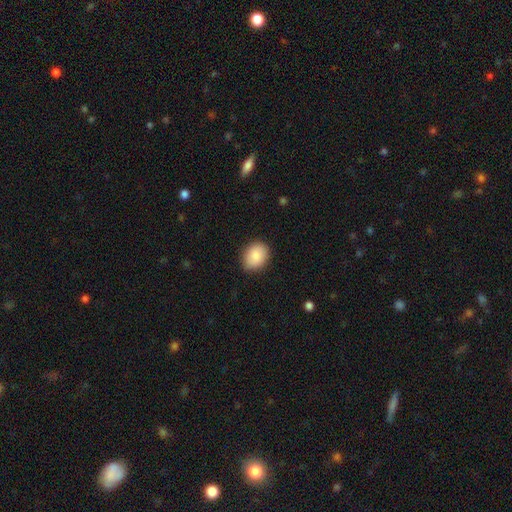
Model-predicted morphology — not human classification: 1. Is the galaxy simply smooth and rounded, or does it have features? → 87% smooth, 7% star or artifact, 6% featured or disk.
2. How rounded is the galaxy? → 59% in between, 40% round, 1% cigar-shaped.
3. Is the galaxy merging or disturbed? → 84% none, 12% minor disturbance, 2% major disturbance, 1% merger.